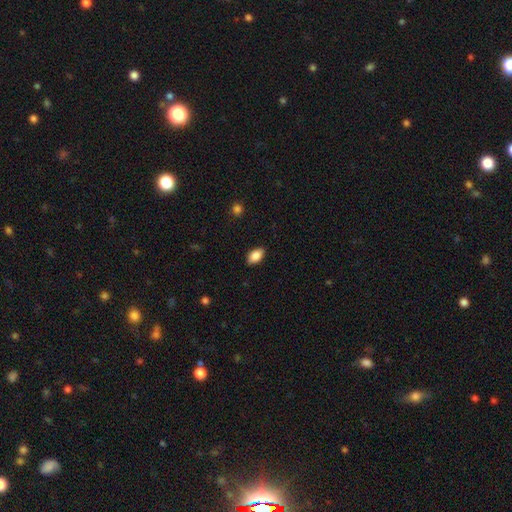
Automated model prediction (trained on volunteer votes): A smooth galaxy with no disk features (87%) that is in between round and cigar-shaped (92%). Merging: none (87%).